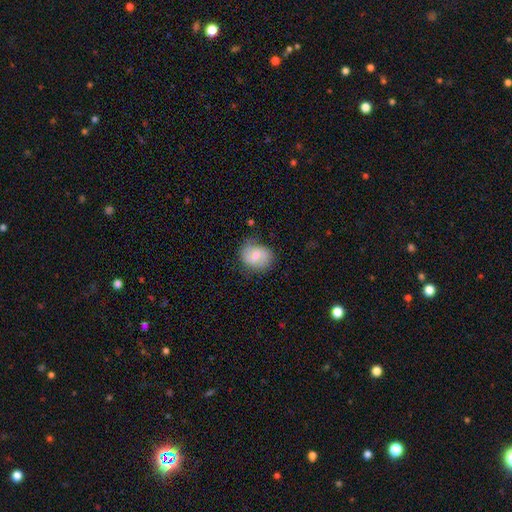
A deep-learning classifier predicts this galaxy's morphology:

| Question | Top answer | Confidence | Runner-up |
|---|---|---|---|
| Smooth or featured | smooth | 47% | featured or disk (46%) |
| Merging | none | 71% | minor disturbance (21%) |